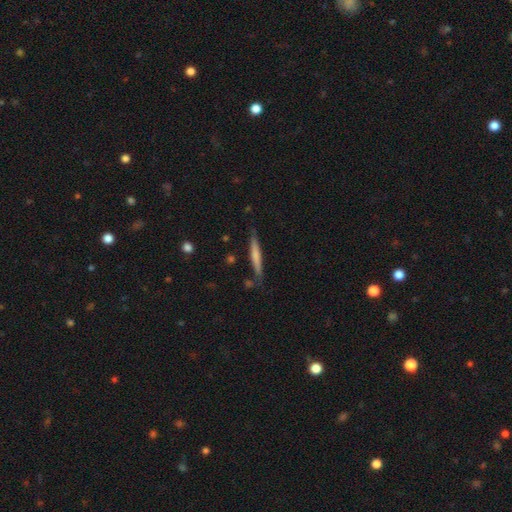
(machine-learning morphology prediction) type=smooth (59%); roundness=cigar-shaped (94%); merging=none (81%).